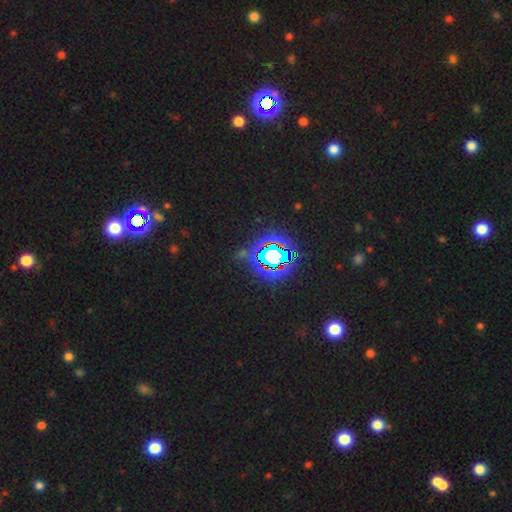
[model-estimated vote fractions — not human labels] A star or artifact, not a galaxy (83%).

Vote fractions:
- Smooth or featured? star or artifact: 83% / smooth: 11% / featured or disk: 7%